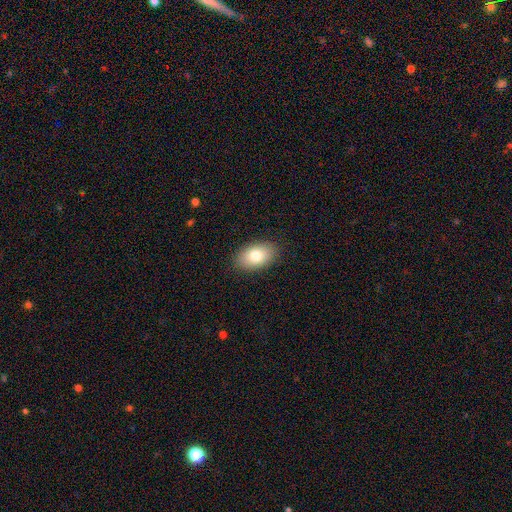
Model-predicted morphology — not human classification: Smooth or featured? smooth (79%)
How rounded? in between (90%)
Merging? none (88%)